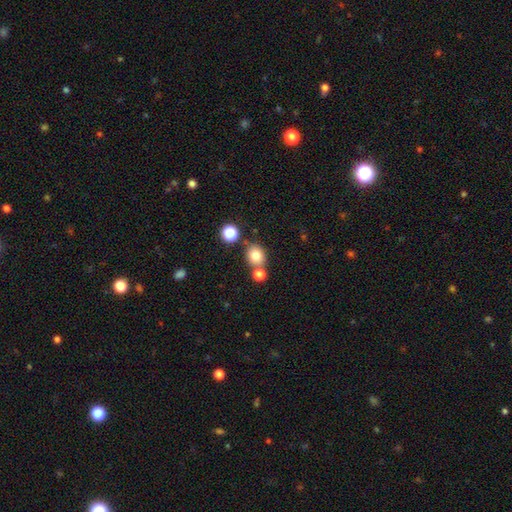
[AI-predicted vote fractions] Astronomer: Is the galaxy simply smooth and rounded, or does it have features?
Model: smooth — 79%.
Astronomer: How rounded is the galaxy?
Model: round — 72%.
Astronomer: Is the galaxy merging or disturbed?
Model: none — 67%.